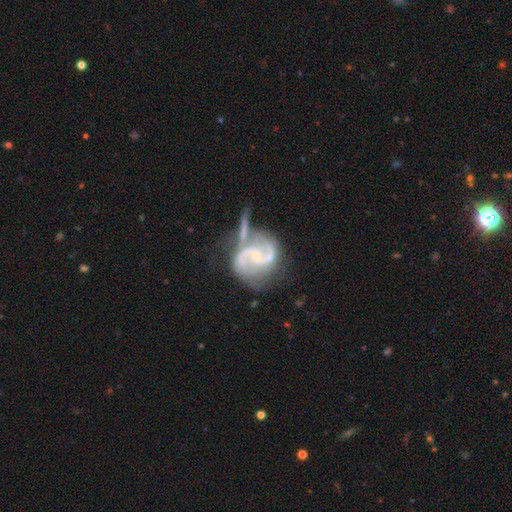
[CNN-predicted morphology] The model was most divided on "bar": weak: 44%, no: 41%, strong: 16%. Remaining: edge-on disk — no (98%); spiral arms — yes (97%); smooth or featured — featured or disk (90%); spiral arm count — 2 (87%); bulge size — small (69%); spiral winding — medium (56%); merging — none (35%).